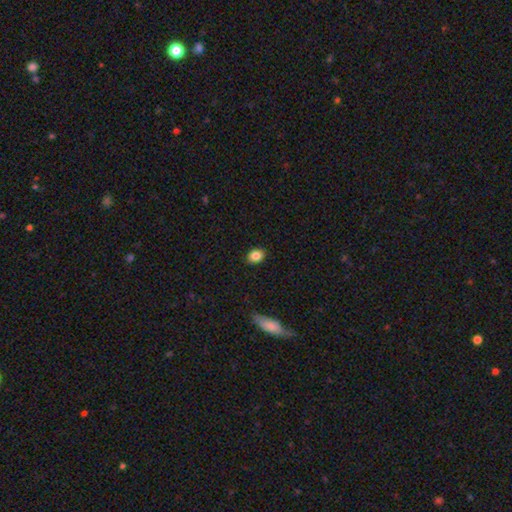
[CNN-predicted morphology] A smooth galaxy with no disk features (85%) that is in between round and cigar-shaped (56%).

Vote fractions:
- Smooth or featured? smooth: 85% / star or artifact: 9% / featured or disk: 6%
- How rounded? in between: 56% / round: 42% / cigar-shaped: 1%
- Merging? none: 88% / minor disturbance: 9% / major disturbance: 2% / merger: 1%